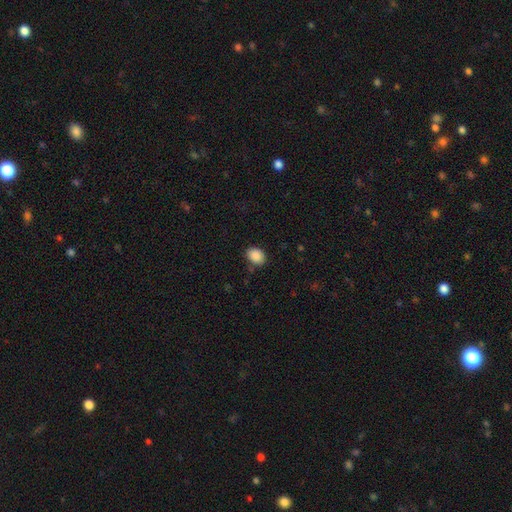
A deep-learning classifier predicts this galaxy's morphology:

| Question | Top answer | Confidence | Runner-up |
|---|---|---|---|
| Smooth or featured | smooth | 89% | star or artifact (8%) |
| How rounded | in between | 69% | round (30%) |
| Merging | none | 80% | minor disturbance (14%) |